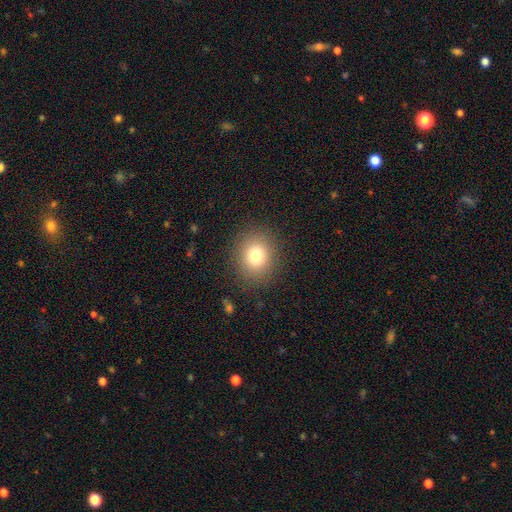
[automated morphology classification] Smooth or featured: smooth — 78% (star or artifact — 12%)
How rounded: round — 72% (in between — 27%)
Merging: none — 87% (minor disturbance — 8%)